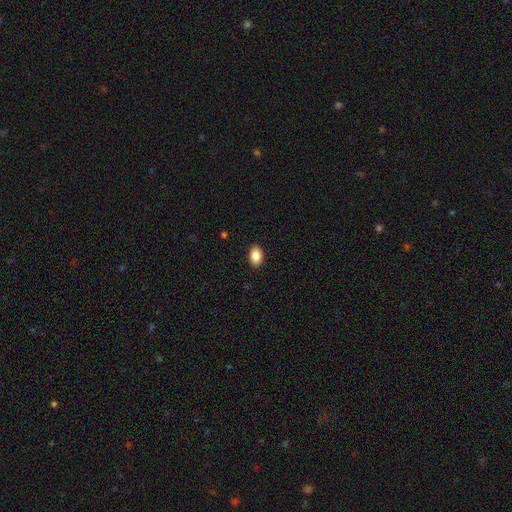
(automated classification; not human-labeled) Smooth or featured: smooth — 87% (star or artifact — 8%)
How rounded: in between — 88% (round — 11%)
Merging: none — 90% (minor disturbance — 7%)